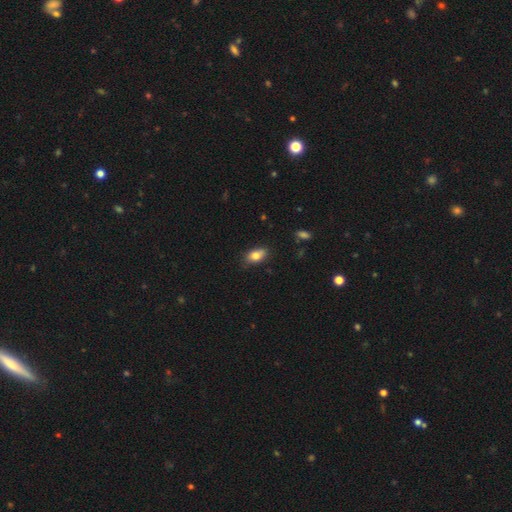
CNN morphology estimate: type=smooth (80%); roundness=in between (87%); merging=none (78%).